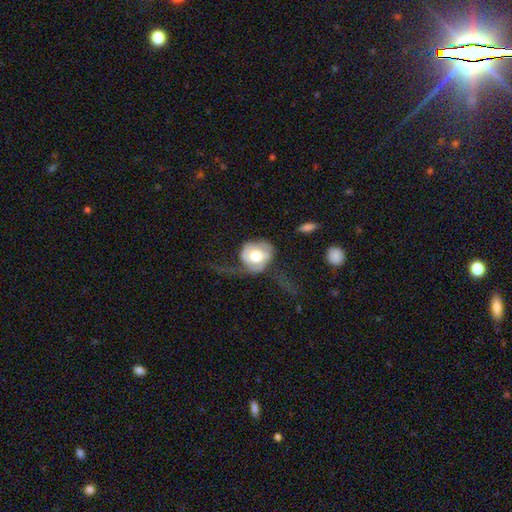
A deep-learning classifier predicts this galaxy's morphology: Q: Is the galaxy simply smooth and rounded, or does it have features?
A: smooth — 49%.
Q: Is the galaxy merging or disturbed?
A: major disturbance — 53%.